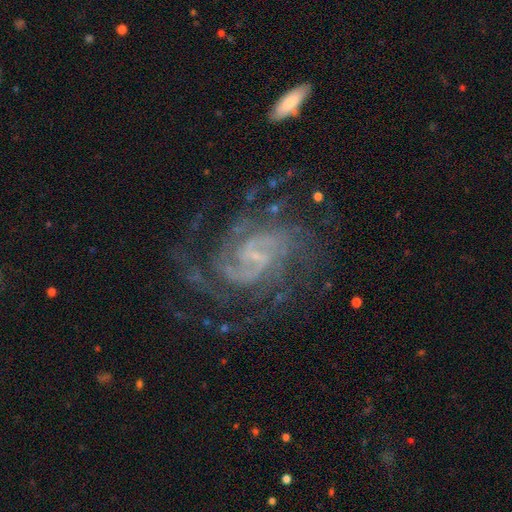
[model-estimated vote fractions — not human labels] Smooth or featured? featured or disk (90%)
Edge-on disk? no (98%)
Bar? weak (52%)
Spiral arms? yes (98%)
Spiral winding? tight (50%)
Spiral arm count? 2 (41%)
Bulge size? small (65%)
Merging? none (68%)